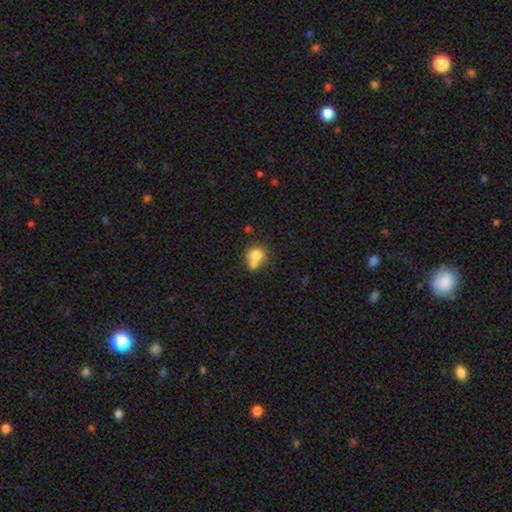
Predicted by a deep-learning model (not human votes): This is likely a smooth galaxy (75%). How rounded: likely round (79%). Merging: possibly merger (47%).